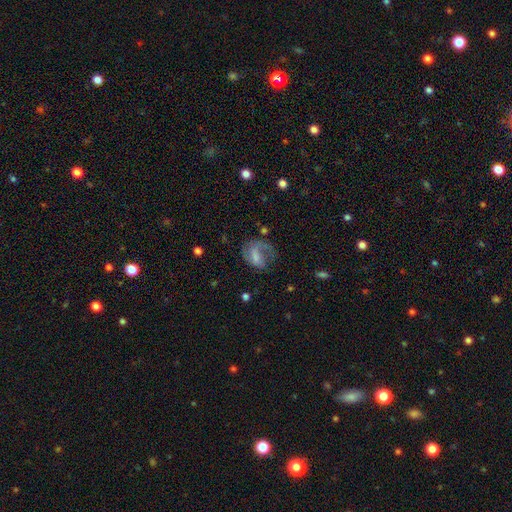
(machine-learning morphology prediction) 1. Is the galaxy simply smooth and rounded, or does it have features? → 50% featured or disk, 40% smooth, 10% star or artifact.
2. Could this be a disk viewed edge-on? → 97% no, 3% yes.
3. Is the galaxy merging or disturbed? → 38% major disturbance, 36% none, 23% minor disturbance, 3% merger.